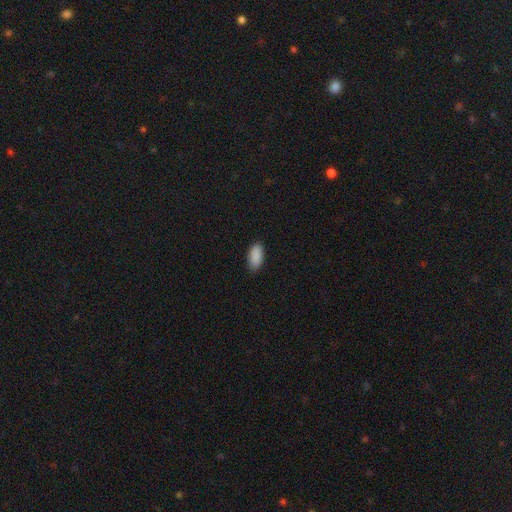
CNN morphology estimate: smooth_or_featured: smooth (p=0.90) [alt: star or artifact p=0.06]
how_rounded: in between (p=0.93) [alt: cigar-shaped p=0.05]
merging: none (p=0.86) [alt: minor disturbance p=0.11]